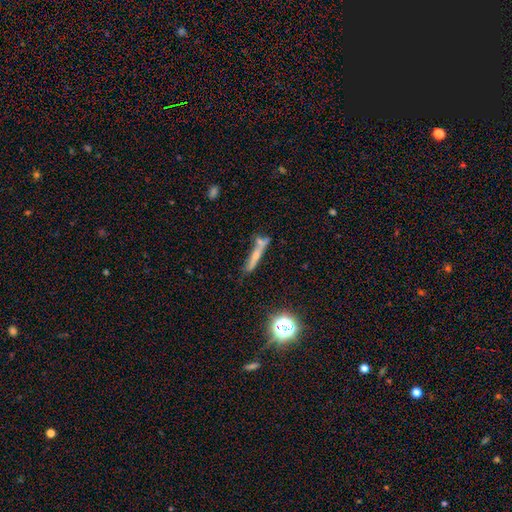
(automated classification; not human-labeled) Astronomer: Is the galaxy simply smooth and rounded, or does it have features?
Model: smooth — 48% (runner-up: featured or disk, 40%).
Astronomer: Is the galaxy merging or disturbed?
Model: none — 61%.